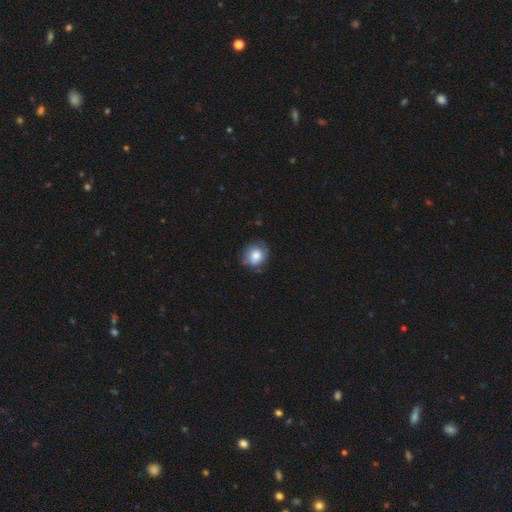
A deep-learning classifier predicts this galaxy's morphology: Smooth or featured: smooth — 77% (featured or disk — 15%)
How rounded: round — 76% (in between — 24%)
Merging: none — 67% (minor disturbance — 25%)